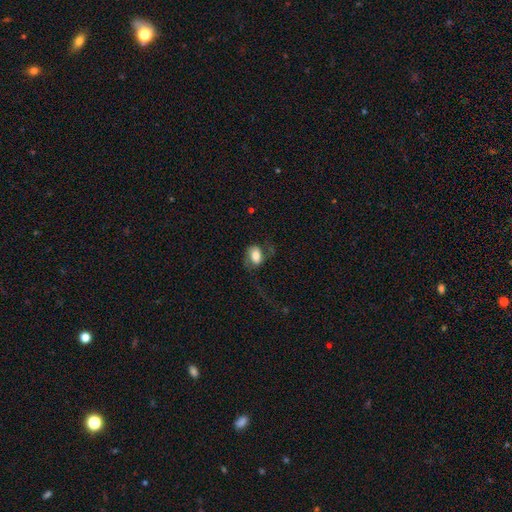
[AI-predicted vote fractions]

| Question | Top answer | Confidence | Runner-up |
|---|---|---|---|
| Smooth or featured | smooth | 66% | featured or disk (26%) |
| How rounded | in between | 77% | round (22%) |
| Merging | none | 46% | major disturbance (31%) |